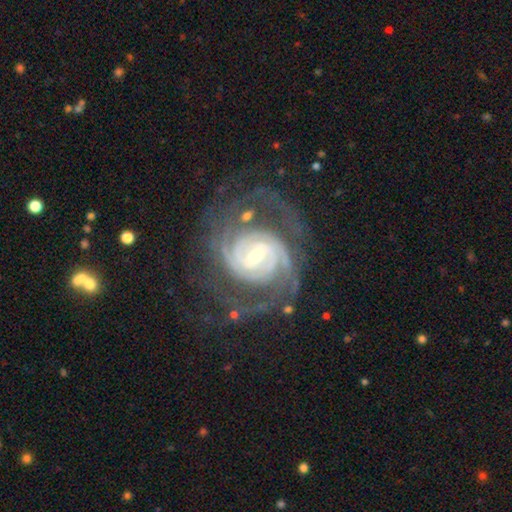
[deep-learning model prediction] Smooth or featured: featured or disk — 92% (star or artifact — 5%)
Edge-on disk: no — 98% (yes — 2%)
Bar: weak — 48% (strong — 33%)
Spiral arms: yes — 98% (no — 2%)
Spiral winding: tight — 62% (medium — 32%)
Spiral arm count: 2 — 36% (3 — 21%)
Bulge size: small — 57% (moderate — 37%)
Merging: none — 69% (minor disturbance — 15%)